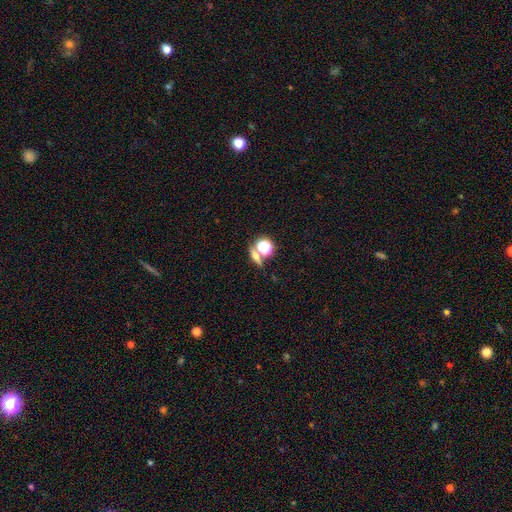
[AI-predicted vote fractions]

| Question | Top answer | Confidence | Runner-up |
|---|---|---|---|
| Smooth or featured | smooth | 50% | star or artifact (30%) |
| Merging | none | 65% | merger (21%) |